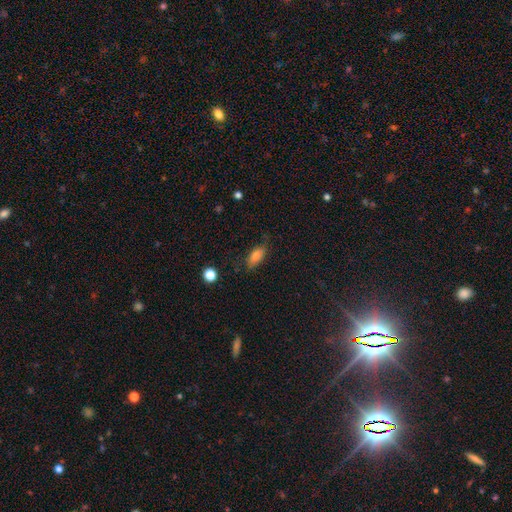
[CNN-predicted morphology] A smooth galaxy with no disk features (79%) that is in between round and cigar-shaped (84%).

Vote fractions:
- Smooth or featured? smooth: 79% / featured or disk: 11% / star or artifact: 10%
- How rounded? in between: 84% / cigar-shaped: 12% / round: 4%
- Merging? none: 75% / minor disturbance: 18% / major disturbance: 5% / merger: 2%